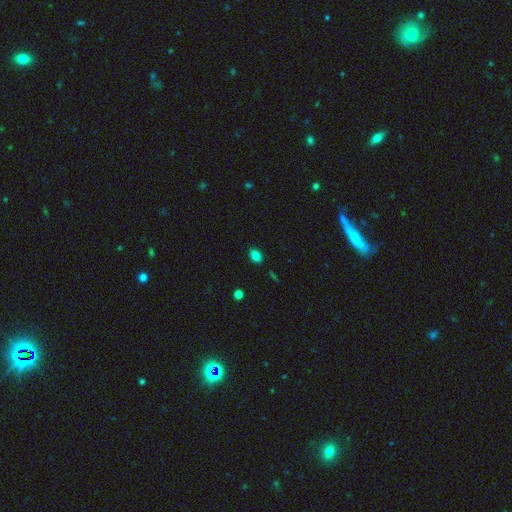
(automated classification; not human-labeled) Smooth or featured: smooth — 83% (star or artifact — 11%)
How rounded: in between — 76% (round — 23%)
Merging: none — 87% (minor disturbance — 9%)